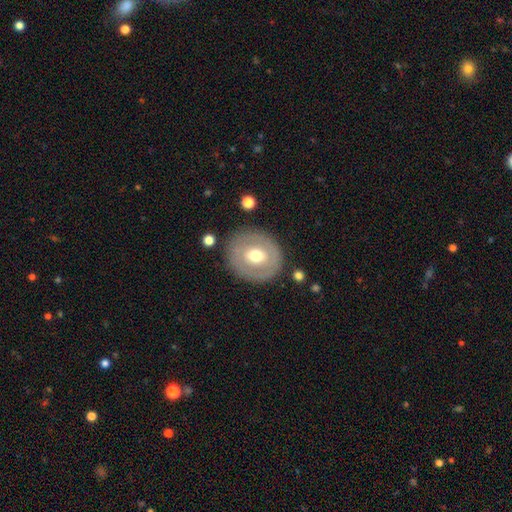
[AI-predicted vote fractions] The model was most divided on "smooth or featured": smooth: 48%, featured or disk: 46%, star or artifact: 6%. More confident: merging — none (83%).